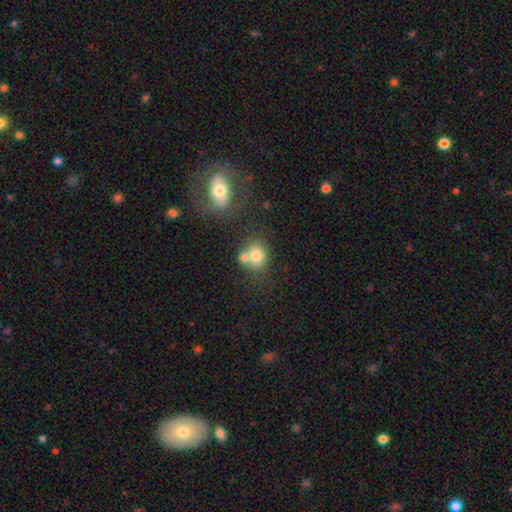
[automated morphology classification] Smooth or featured?
  - smooth: 75% *
  - featured or disk: 14%
  - star or artifact: 11%
How rounded?
  - round: 59% *
  - in between: 40%
  - cigar-shaped: 1%
Merging?
  - merger: 44% *
  - none: 40%
  - minor disturbance: 11%
  - major disturbance: 5%